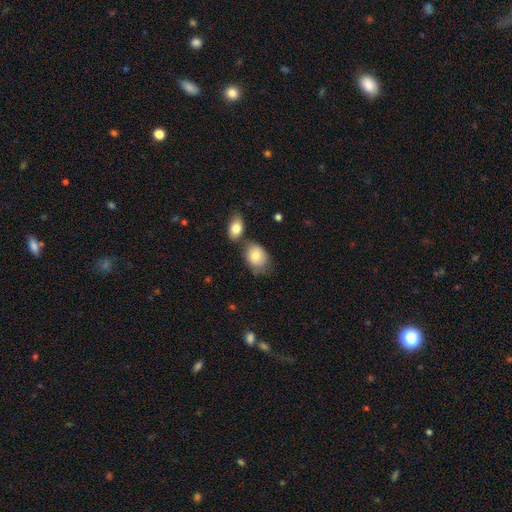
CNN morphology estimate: Smooth or featured?
  - smooth: 77% *
  - featured or disk: 16%
  - star or artifact: 7%
How rounded?
  - in between: 65% *
  - round: 34%
  - cigar-shaped: 1%
Merging?
  - none: 49% *
  - merger: 24%
  - minor disturbance: 21%
  - major disturbance: 7%